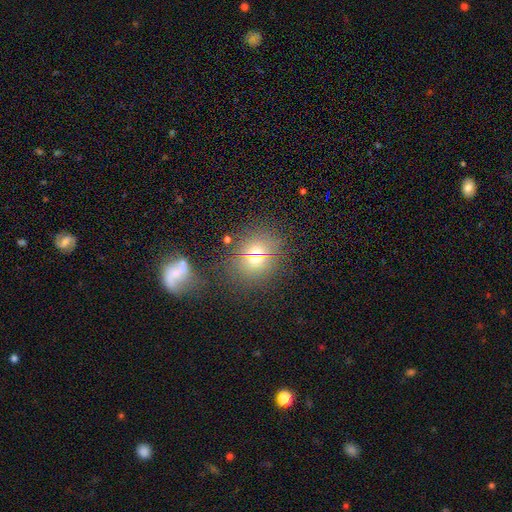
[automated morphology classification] Smooth or featured?
  - smooth: 58% *
  - star or artifact: 27%
  - featured or disk: 15%
How rounded?
  - round: 75% *
  - in between: 23%
  - cigar-shaped: 2%
Merging?
  - none: 78% *
  - minor disturbance: 10%
  - merger: 8%
  - major disturbance: 4%